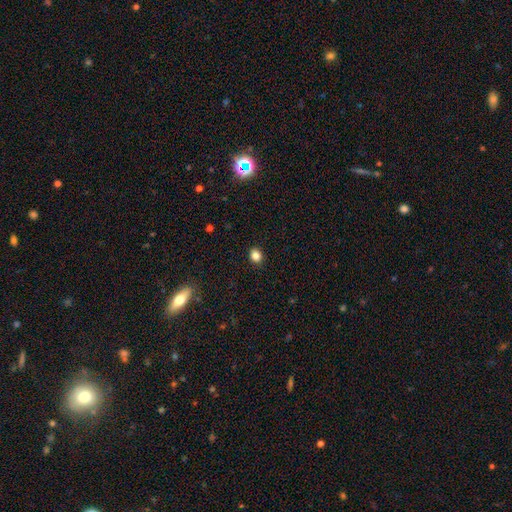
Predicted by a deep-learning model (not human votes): smooth-or-featured: smooth: 84% | star or artifact: 11% | featured or disk: 5%
  how-rounded: round: 57% | in between: 42% | cigar-shaped: 1%
  merging: none: 90% | minor disturbance: 7% | major disturbance: 2% | merger: 1%